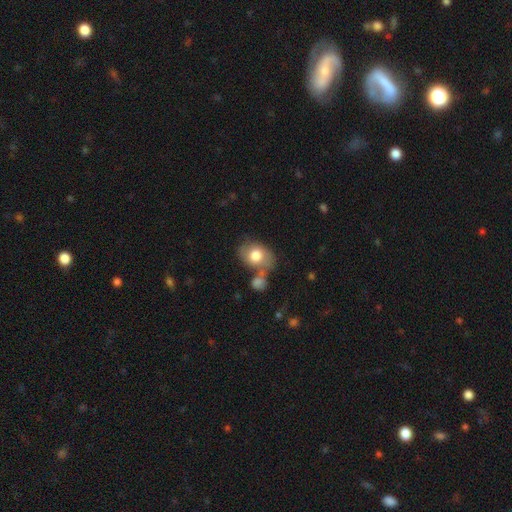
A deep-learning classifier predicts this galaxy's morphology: This is likely a smooth galaxy (74%). How rounded: likely in between (65%). Merging: possibly none (49%).